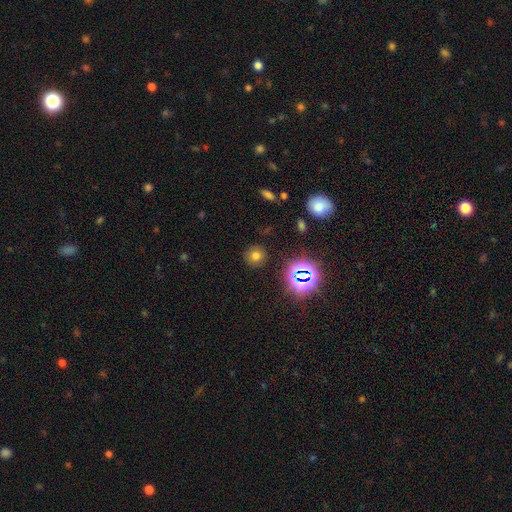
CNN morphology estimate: The model was most divided on "smooth or featured": smooth: 68%, star or artifact: 23%, featured or disk: 9%. More confident: how rounded — round (89%); merging — none (87%).